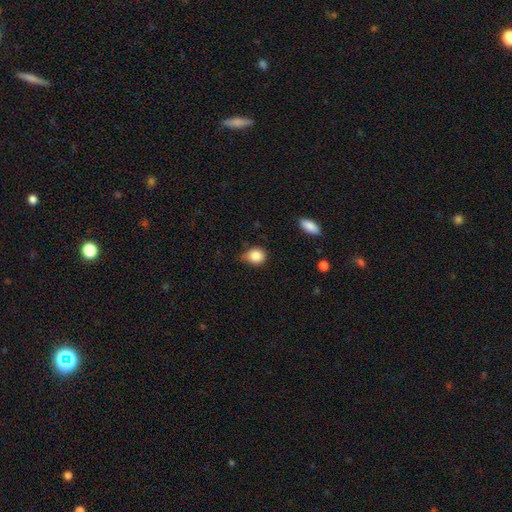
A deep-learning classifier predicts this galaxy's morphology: Smooth or featured? Predicted: smooth (p=0.86). How rounded? Predicted: round (p=0.63). Merging? Predicted: none (p=0.54).